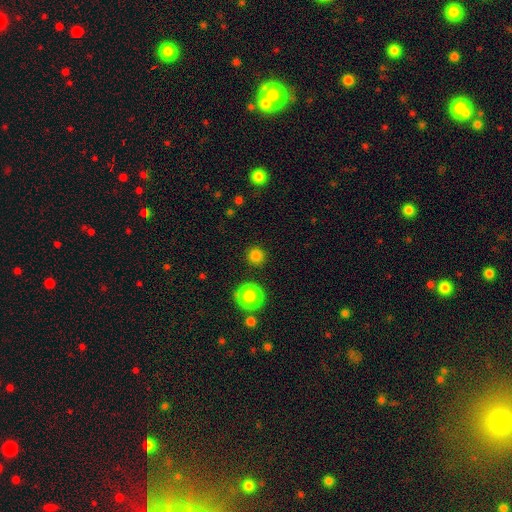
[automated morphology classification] Overall: smooth (83%). How rounded: round (94%). Merging: none (88%).